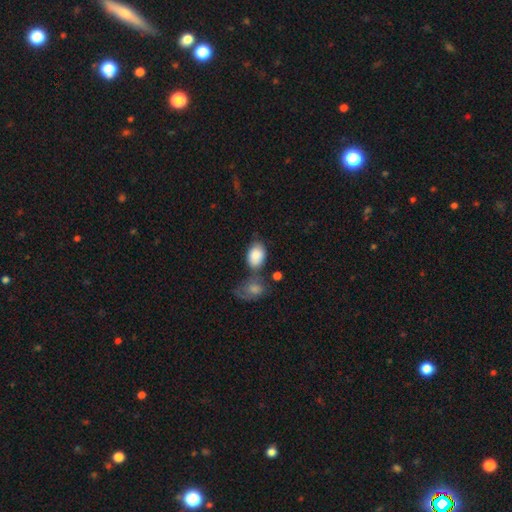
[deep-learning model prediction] smooth-or-featured: smooth: 84% | featured or disk: 9% | star or artifact: 7%
  how-rounded: in between: 81% | round: 18% | cigar-shaped: 1%
  merging: none: 43% | merger: 24% | minor disturbance: 23% | major disturbance: 9%